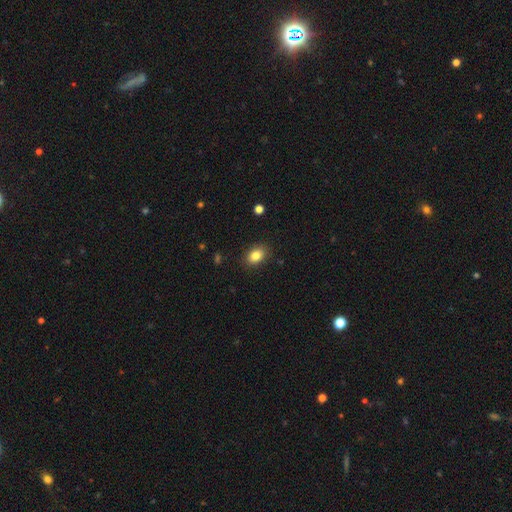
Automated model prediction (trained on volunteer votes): A smooth galaxy with no disk features (84%) that is in between round and cigar-shaped (76%).

Vote fractions:
- Smooth or featured? smooth: 84% / star or artifact: 9% / featured or disk: 7%
- How rounded? in between: 76% / round: 23% / cigar-shaped: 1%
- Merging? none: 87% / minor disturbance: 9% / major disturbance: 2% / merger: 1%